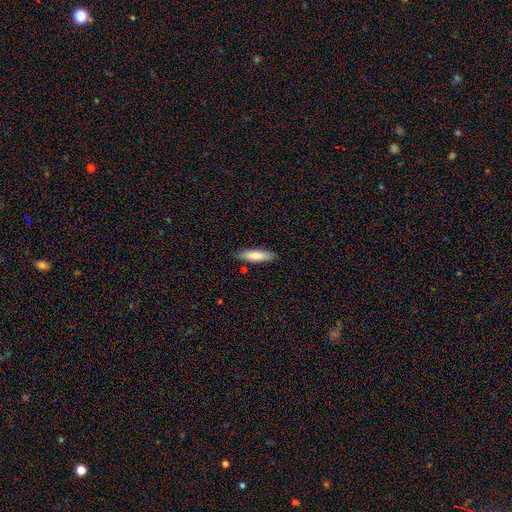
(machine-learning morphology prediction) This appears to be a smooth galaxy with no disk features (80%) that is cigar-shaped (58%). Merging: none (84%).